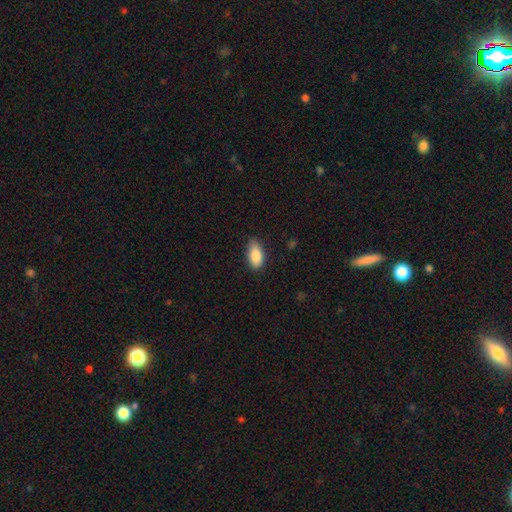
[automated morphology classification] Smooth or featured? Predicted: smooth (p=0.87). How rounded? Predicted: in between (p=0.91). Merging? Predicted: none (p=0.70).